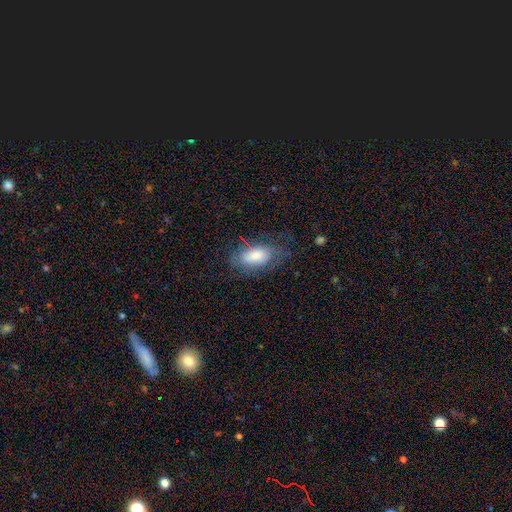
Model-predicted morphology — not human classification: type=smooth (67%); roundness=in between (92%); merging=none (58%).